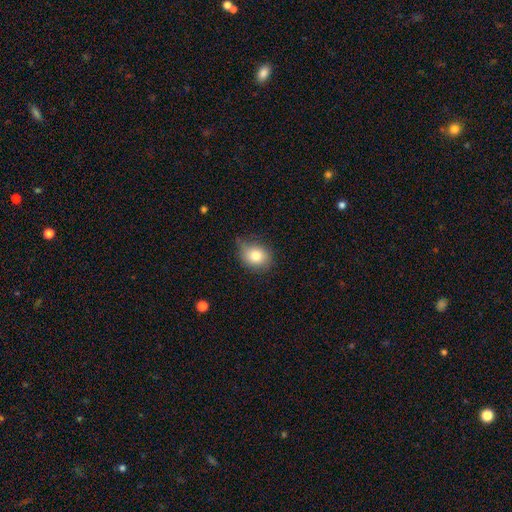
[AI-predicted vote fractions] Smooth or featured: smooth — 78% (featured or disk — 11%)
How rounded: round — 54% (in between — 45%)
Merging: none — 65% (minor disturbance — 27%)